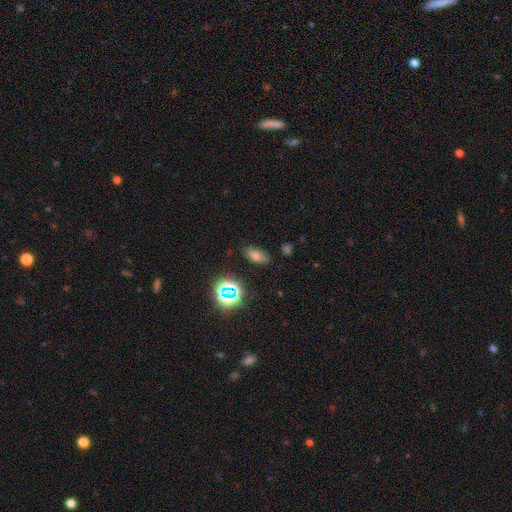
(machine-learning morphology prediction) Smooth or featured: smooth — 66% (star or artifact — 23%)
How rounded: in between — 86% (round — 9%)
Merging: none — 81% (minor disturbance — 13%)